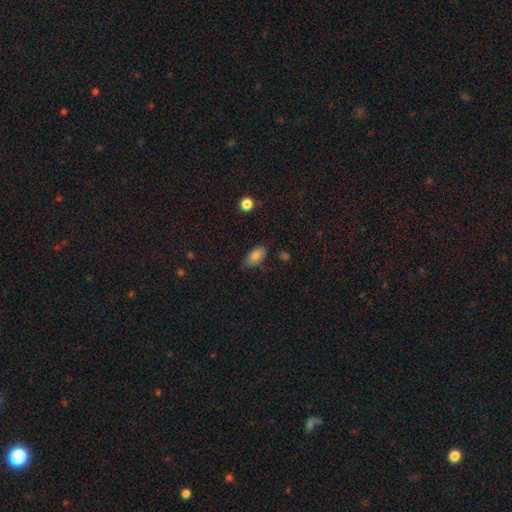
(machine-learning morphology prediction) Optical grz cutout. It shows a smooth galaxy with no disk features (81%) that is in between round and cigar-shaped (90%). Merging: none (75%).